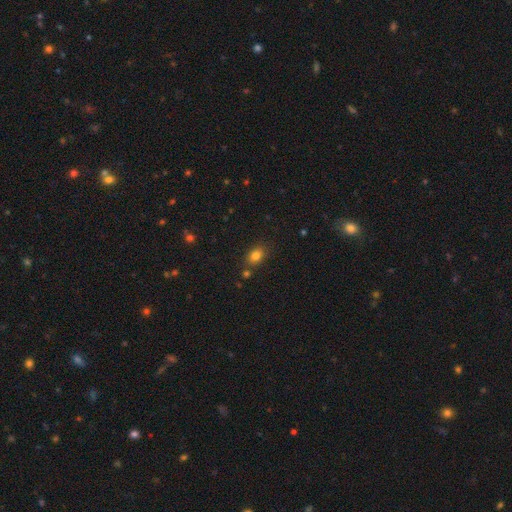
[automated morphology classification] A smooth galaxy with no disk features (80%) that is in between round and cigar-shaped (66%).

Vote fractions:
- Smooth or featured? smooth: 80% / star or artifact: 12% / featured or disk: 7%
- How rounded? in between: 66% / round: 33% / cigar-shaped: 1%
- Merging? none: 77% / minor disturbance: 12% / merger: 7% / major disturbance: 3%